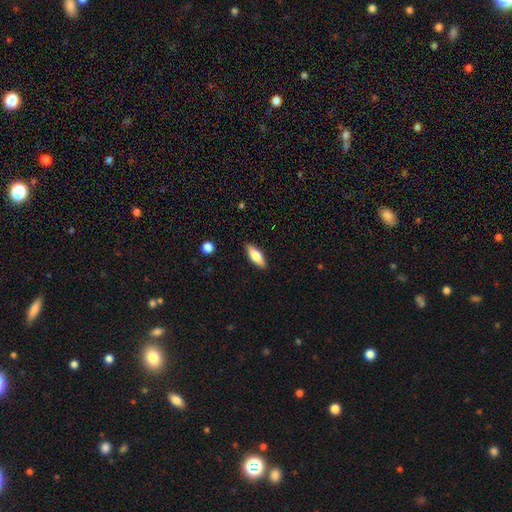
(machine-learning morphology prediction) This is likely a smooth galaxy (66%). How rounded: likely in between (62%). Merging: clearly none (88%).